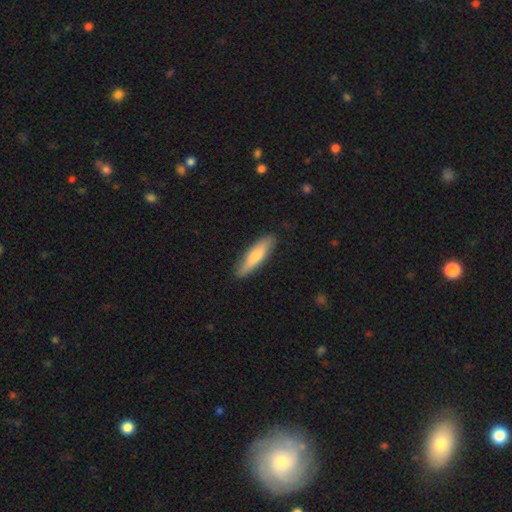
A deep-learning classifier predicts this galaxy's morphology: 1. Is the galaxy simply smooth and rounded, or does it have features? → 71% smooth, 24% featured or disk, 5% star or artifact.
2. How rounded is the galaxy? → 73% cigar-shaped, 26% in between, 2% round.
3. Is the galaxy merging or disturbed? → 85% none, 12% minor disturbance, 2% major disturbance, 1% merger.